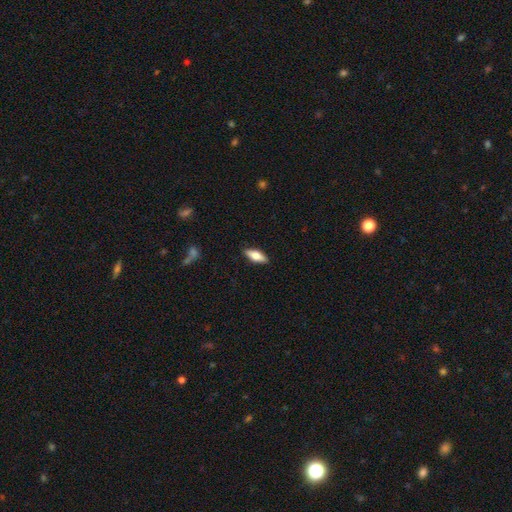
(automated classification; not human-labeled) Q: Smooth or featured?
A: smooth (66%); runner-up: featured or disk (29%)
Q: How rounded?
A: in between (66%); runner-up: cigar-shaped (32%)
Q: Merging?
A: none (89%); runner-up: minor disturbance (8%)